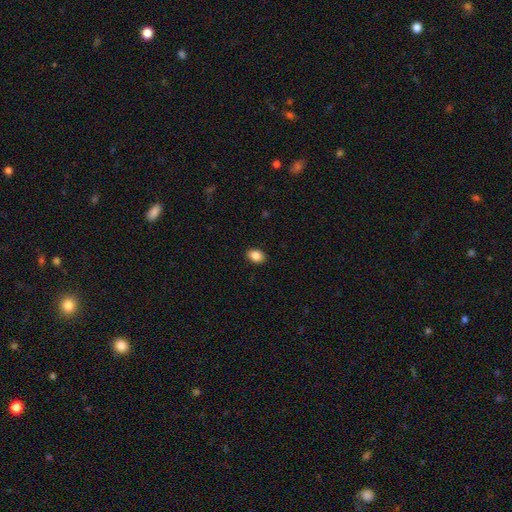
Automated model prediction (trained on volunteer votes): Smooth or featured?
  - smooth: 87% *
  - star or artifact: 8%
  - featured or disk: 4%
How rounded?
  - in between: 75% *
  - round: 24%
  - cigar-shaped: 1%
Merging?
  - none: 90% *
  - minor disturbance: 7%
  - major disturbance: 2%
  - merger: 1%